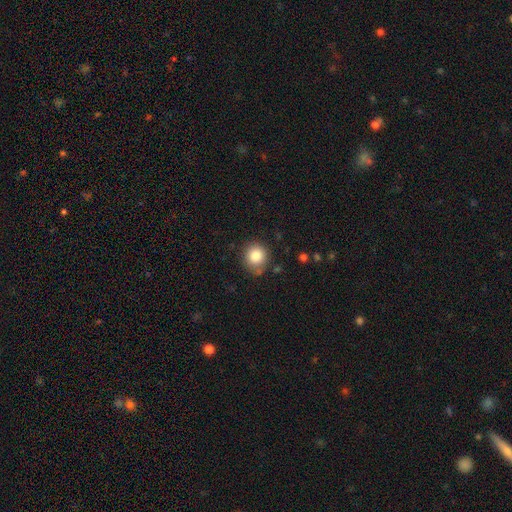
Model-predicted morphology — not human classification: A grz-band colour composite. It shows a smooth galaxy with no disk features (85%) that is round (88%). Merging: none (77%).